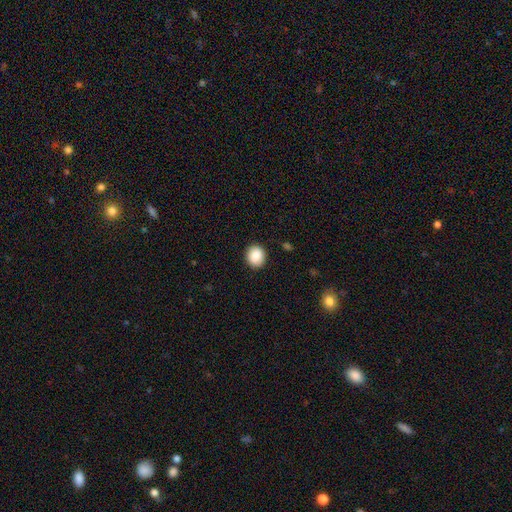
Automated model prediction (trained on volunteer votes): Overall: smooth (87%). How rounded: round (75%). Merging: none (90%).